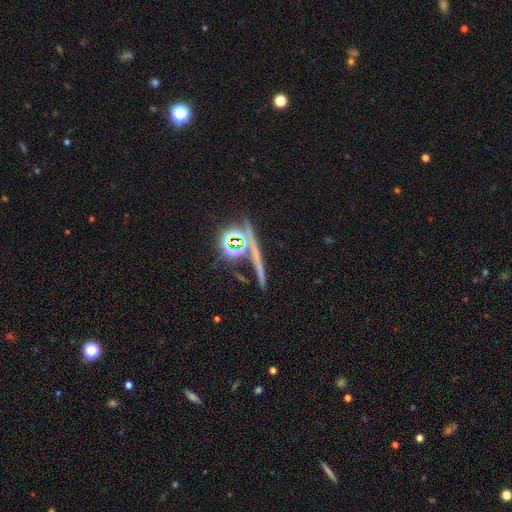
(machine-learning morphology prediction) This is possibly a star or artifact rather than a galaxy (60%).